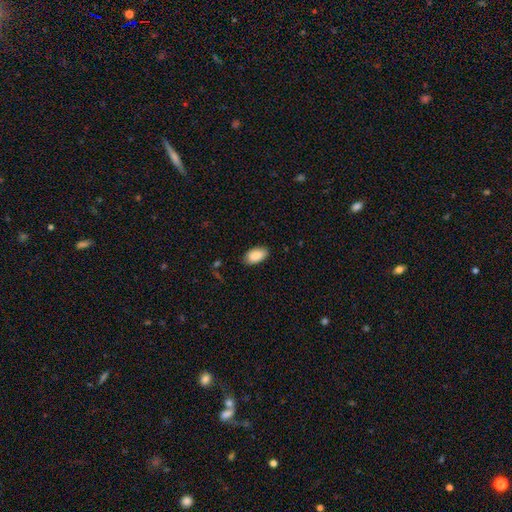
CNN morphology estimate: A smooth galaxy with no disk features (89%) that is in between round and cigar-shaped (94%).

Vote fractions:
- Smooth or featured? smooth: 89% / star or artifact: 6% / featured or disk: 4%
- How rounded? in between: 94% / round: 4% / cigar-shaped: 2%
- Merging? none: 83% / minor disturbance: 13% / major disturbance: 3% / merger: 1%